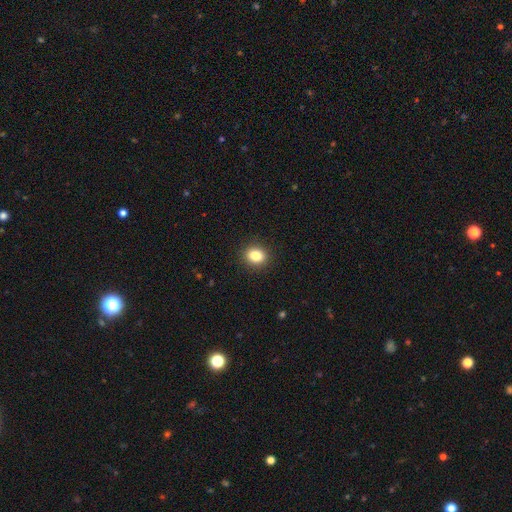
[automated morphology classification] The model was most divided on "how rounded": round: 57%, in between: 42%, cigar-shaped: 1%. More confident: merging — none (90%); smooth or featured — smooth (84%).